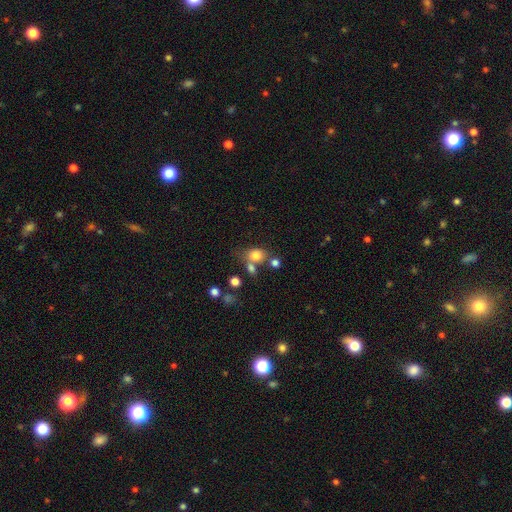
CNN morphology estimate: smooth_or_featured: smooth (p=0.78) [alt: star or artifact p=0.12]
how_rounded: in between (p=0.55) [alt: round p=0.44]
merging: none (p=0.51) [alt: merger p=0.26]